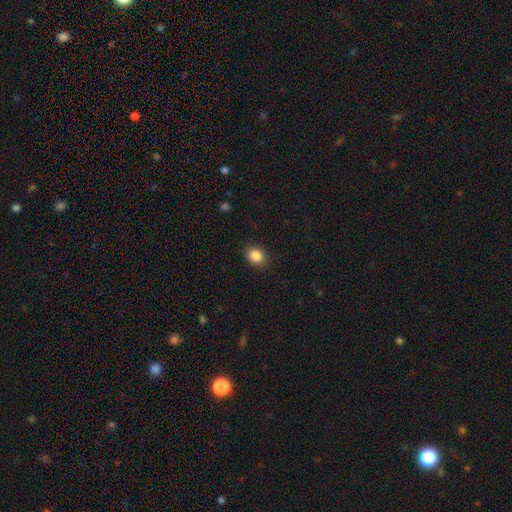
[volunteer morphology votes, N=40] smooth 90%, featured or disk 5%, star or artifact 5%. Down the decision tree: how rounded — round (53%); merging — none (87%).